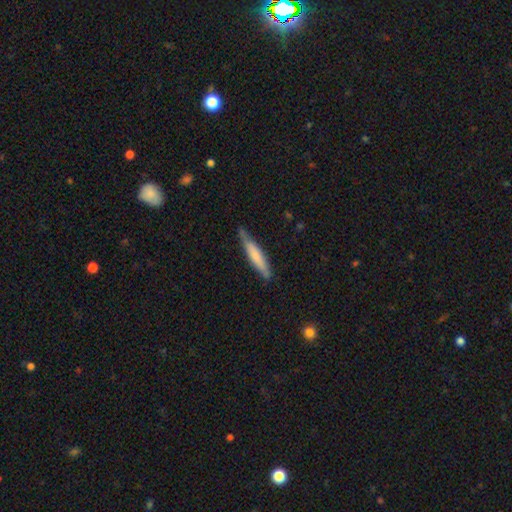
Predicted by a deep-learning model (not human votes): smooth-or-featured: smooth: 66% | featured or disk: 29% | star or artifact: 5%
  how-rounded: cigar-shaped: 90% | in between: 9% | round: 1%
  merging: none: 74% | minor disturbance: 21% | major disturbance: 3% | merger: 2%